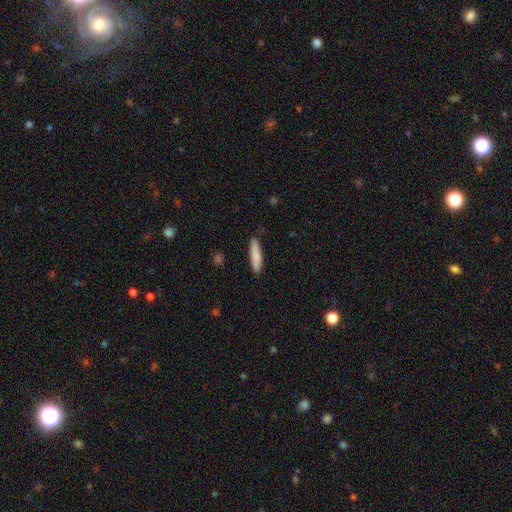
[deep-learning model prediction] This appears to be a smooth galaxy with no disk features (83%) that is cigar-shaped (78%). Merging: none (86%).